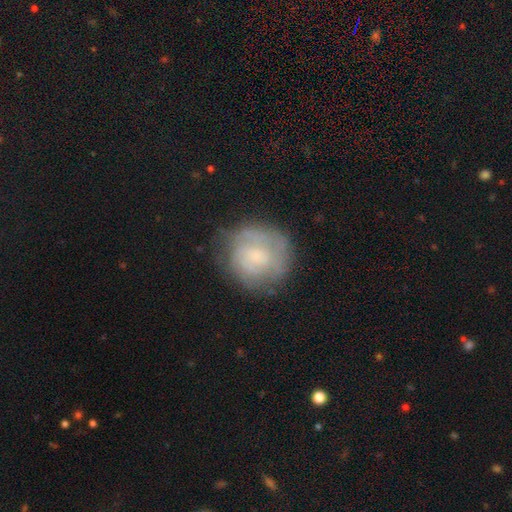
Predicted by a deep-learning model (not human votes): Overall: smooth (46%; featured or disk 45%). Merging: none (69%).